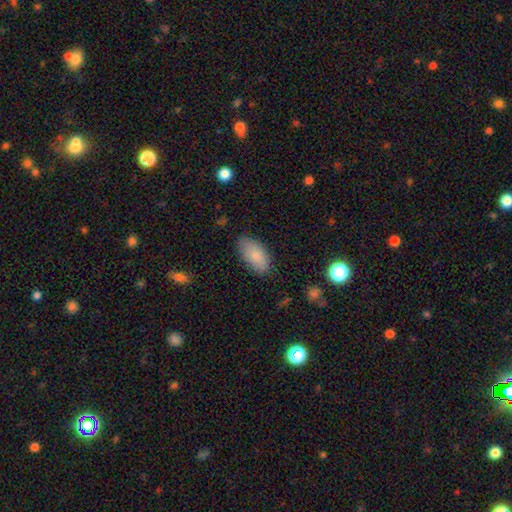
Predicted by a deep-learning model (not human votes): Smooth or featured: smooth — 80% (featured or disk — 12%)
How rounded: in between — 92% (cigar-shaped — 4%)
Merging: none — 80% (minor disturbance — 15%)